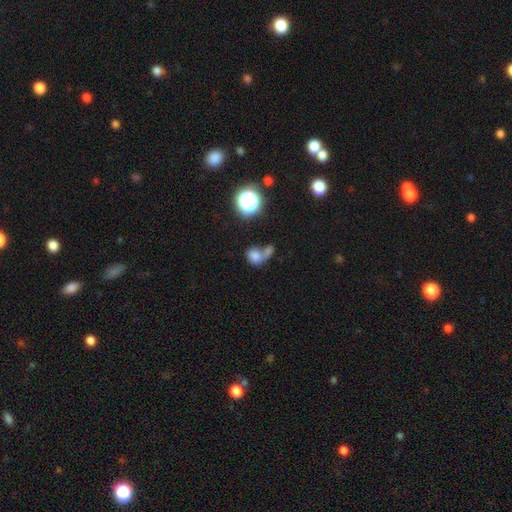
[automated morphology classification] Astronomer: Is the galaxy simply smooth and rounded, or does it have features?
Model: smooth — 70%.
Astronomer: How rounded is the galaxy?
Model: round — 59% (runner-up: in between, 39%).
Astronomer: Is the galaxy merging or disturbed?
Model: merger — 46% (runner-up: none, 26%).